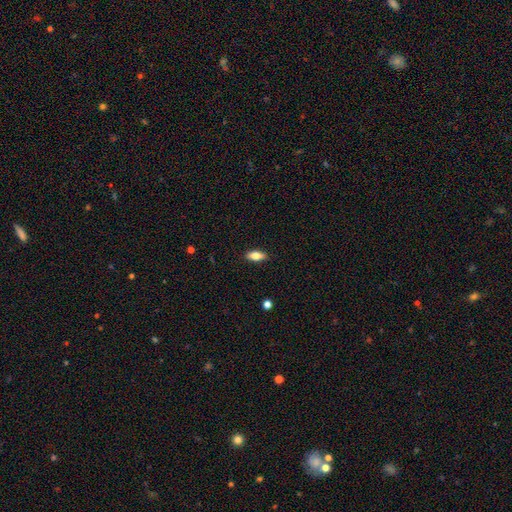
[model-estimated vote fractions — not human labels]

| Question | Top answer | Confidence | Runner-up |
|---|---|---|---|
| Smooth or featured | smooth | 76% | featured or disk (17%) |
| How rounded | in between | 80% | cigar-shaped (17%) |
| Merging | none | 89% | minor disturbance (9%) |